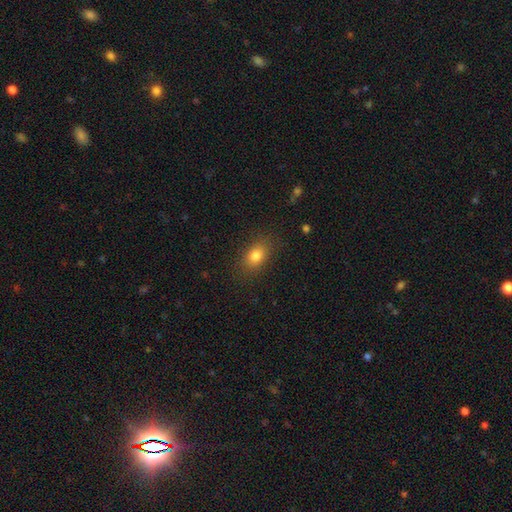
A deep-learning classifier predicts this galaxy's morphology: Smooth or featured? smooth (82%)
How rounded? in between (78%)
Merging? none (83%)